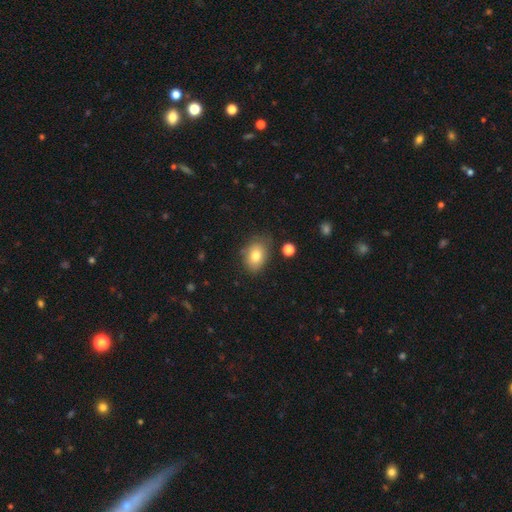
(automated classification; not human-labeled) Smooth or featured? smooth (80%)
How rounded? in between (73%)
Merging? none (72%)